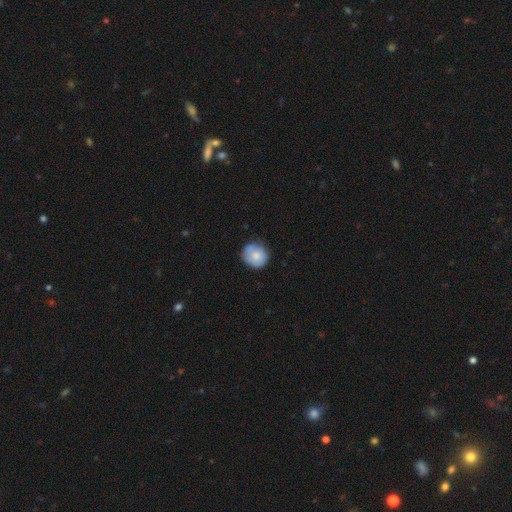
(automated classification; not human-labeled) Overall: smooth (77%). How rounded: round (84%). Merging: none (73%).